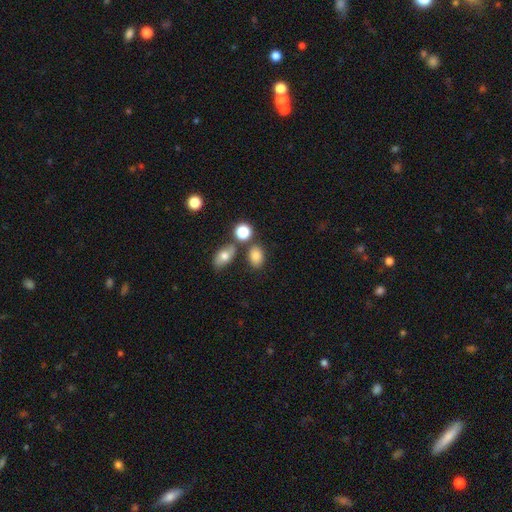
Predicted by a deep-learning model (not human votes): Morphology: type=smooth (82%); roundness=in between (77%); merging=none (68%).